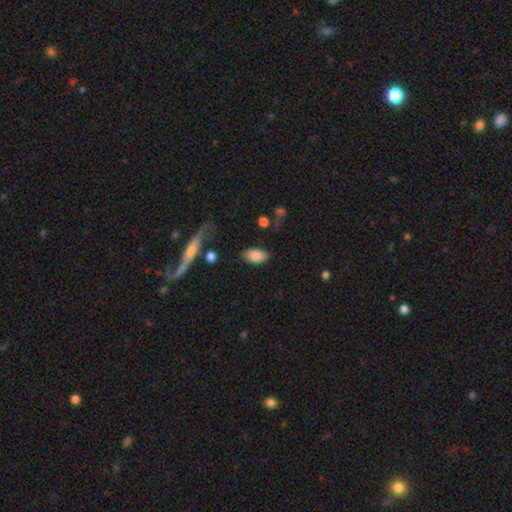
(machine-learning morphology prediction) Smooth or featured: smooth — 84% (featured or disk — 9%)
How rounded: in between — 93% (cigar-shaped — 4%)
Merging: none — 80% (minor disturbance — 13%)